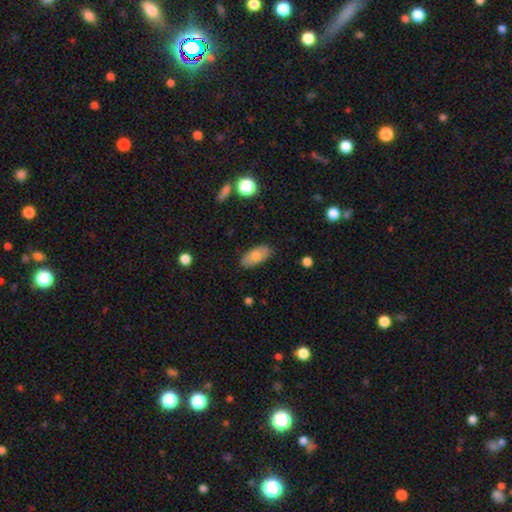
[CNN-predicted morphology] A smooth galaxy with no disk features (69%) that is in between round and cigar-shaped (90%).

Vote fractions:
- Smooth or featured? smooth: 69% / featured or disk: 24% / star or artifact: 6%
- How rounded? in between: 90% / cigar-shaped: 7% / round: 3%
- Merging? none: 85% / minor disturbance: 11% / major disturbance: 2% / merger: 1%